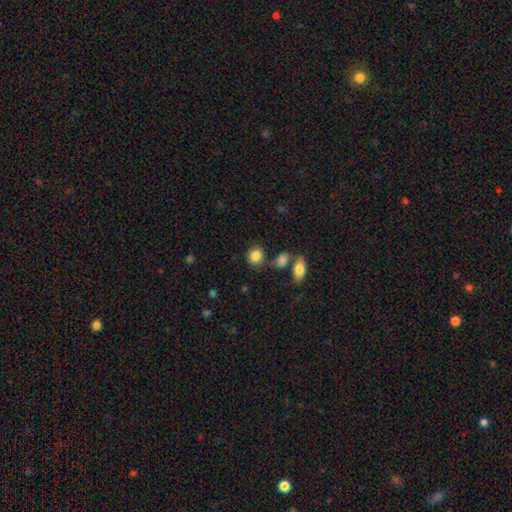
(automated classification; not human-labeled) smooth 86%, star or artifact 9%, featured or disk 6%. Down the decision tree: how rounded — round (69%); merging — none (72%).